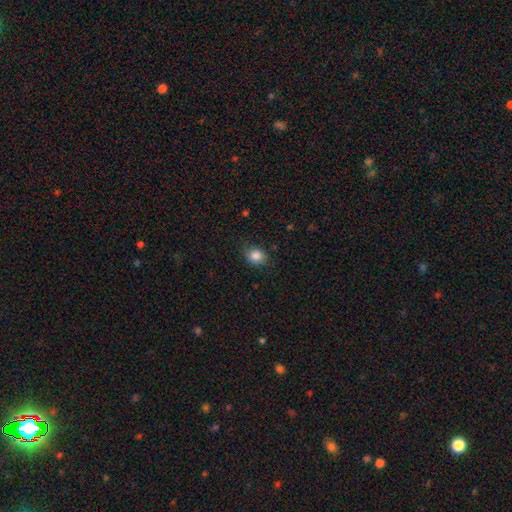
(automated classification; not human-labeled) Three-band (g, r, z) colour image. It shows a smooth galaxy with no disk features (86%) that is round (62%). Merging: none (80%).